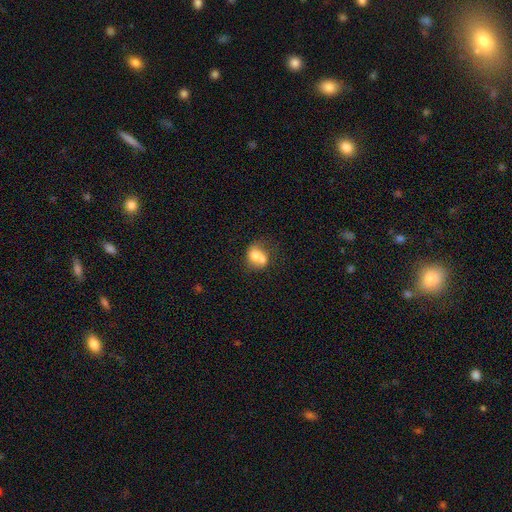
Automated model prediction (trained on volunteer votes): smooth_or_featured: smooth (p=0.66) [alt: featured or disk p=0.25]
how_rounded: round (p=0.55) [alt: in between p=0.44]
merging: merger (p=0.54) [alt: none p=0.26]